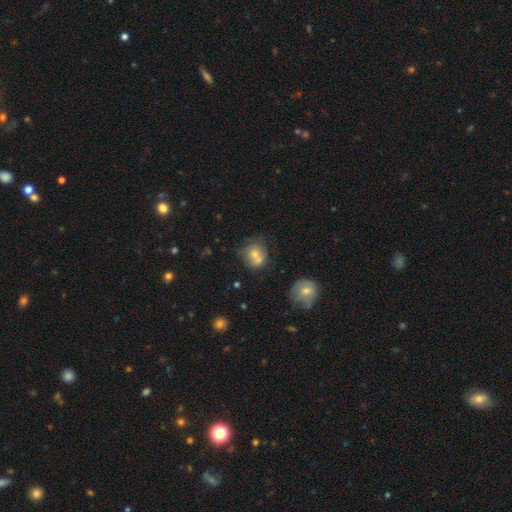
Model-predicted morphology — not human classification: A smooth galaxy with no disk features (65%) that is round (71%).

Vote fractions:
- Smooth or featured? smooth: 65% / featured or disk: 25% / star or artifact: 11%
- How rounded? round: 71% / in between: 28% / cigar-shaped: 1%
- Merging? merger: 47% / none: 33% / minor disturbance: 13% / major disturbance: 7%